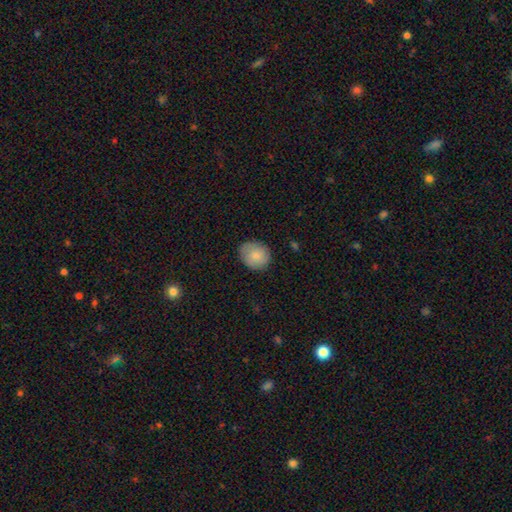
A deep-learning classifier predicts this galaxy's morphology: Smooth or featured? Predicted: smooth (p=0.81). How rounded? Predicted: round (p=0.69). Merging? Predicted: none (p=0.79).